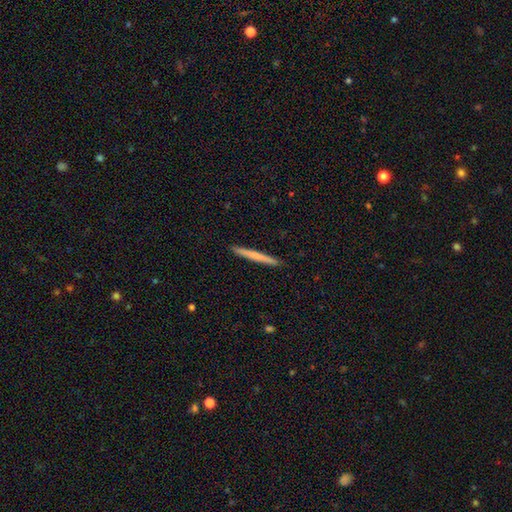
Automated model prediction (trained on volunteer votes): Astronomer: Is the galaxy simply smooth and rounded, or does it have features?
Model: smooth — 60% (runner-up: featured or disk, 35%).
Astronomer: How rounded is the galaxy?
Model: cigar-shaped — 97%.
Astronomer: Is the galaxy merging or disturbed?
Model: none — 93%.